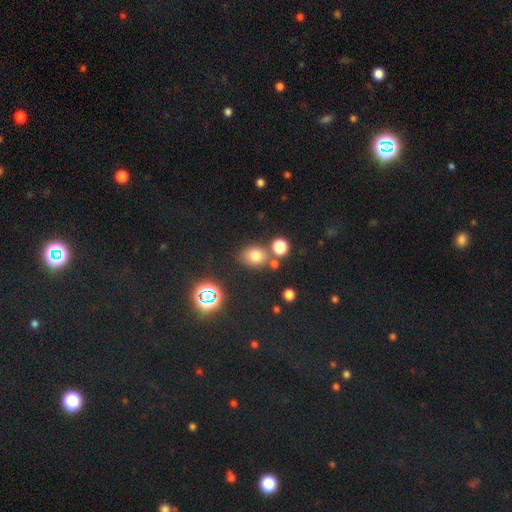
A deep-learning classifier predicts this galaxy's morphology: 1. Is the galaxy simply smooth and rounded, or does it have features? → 71% smooth, 20% star or artifact, 9% featured or disk.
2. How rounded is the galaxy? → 55% round, 44% in between, 1% cigar-shaped.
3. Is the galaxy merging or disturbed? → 68% none, 16% merger, 12% minor disturbance, 4% major disturbance.